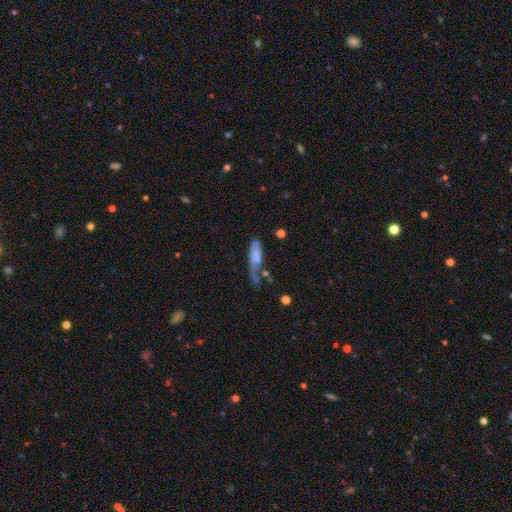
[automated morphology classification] The model was most divided on "merging": major disturbance: 31%, none: 29%, minor disturbance: 26%, merger: 13%. More confident: smooth or featured — smooth (68%); how rounded — cigar-shaped (53%).